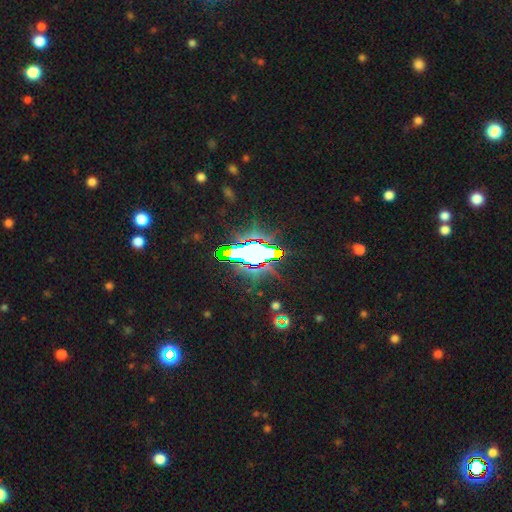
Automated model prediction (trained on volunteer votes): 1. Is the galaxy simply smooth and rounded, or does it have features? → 72% star or artifact, 15% smooth, 13% featured or disk.